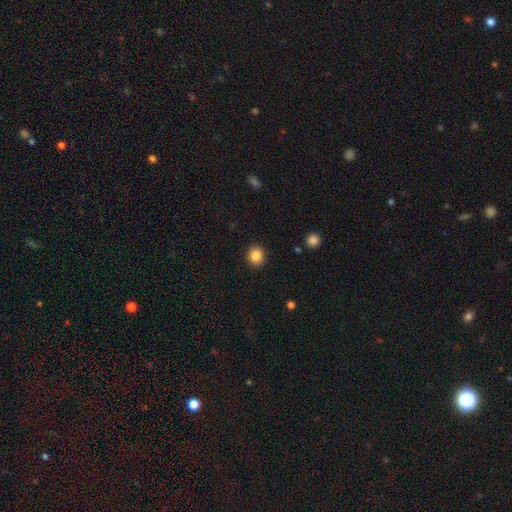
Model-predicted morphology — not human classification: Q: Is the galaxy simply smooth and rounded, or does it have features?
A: smooth — 85%.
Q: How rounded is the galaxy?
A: round — 84%.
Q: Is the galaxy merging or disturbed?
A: none — 91%.